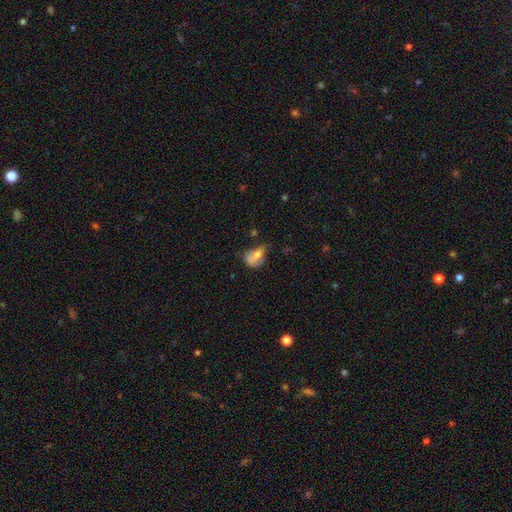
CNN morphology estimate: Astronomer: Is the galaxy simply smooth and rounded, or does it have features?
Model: smooth — 63%.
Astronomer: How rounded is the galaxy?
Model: in between — 75%.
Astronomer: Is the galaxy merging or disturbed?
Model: none — 27% (runner-up: minor disturbance, 26%).